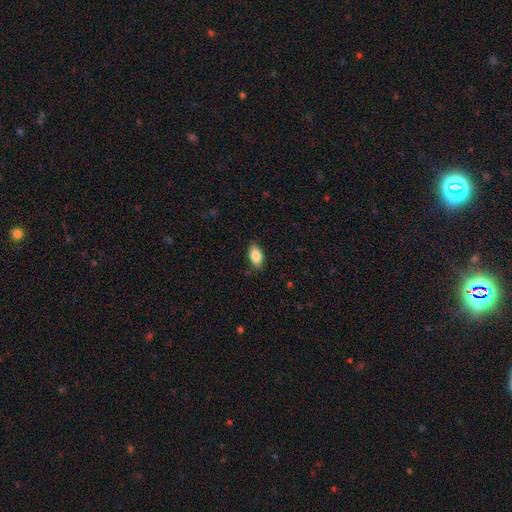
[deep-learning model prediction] Smooth or featured? smooth (86%)
How rounded? in between (91%)
Merging? none (85%)